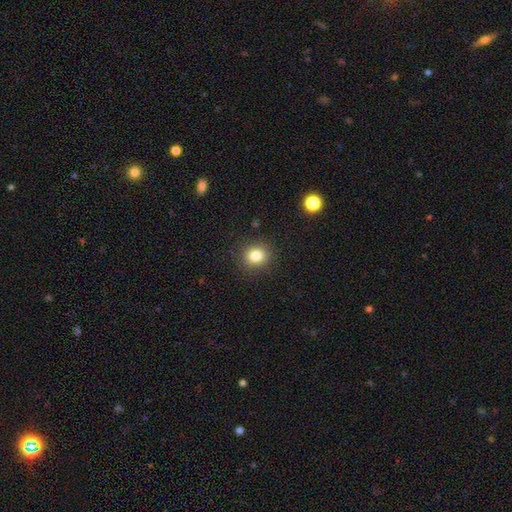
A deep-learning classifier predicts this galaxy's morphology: This appears to be a smooth galaxy with no disk features (82%) that is round (80%). Merging: none (89%).